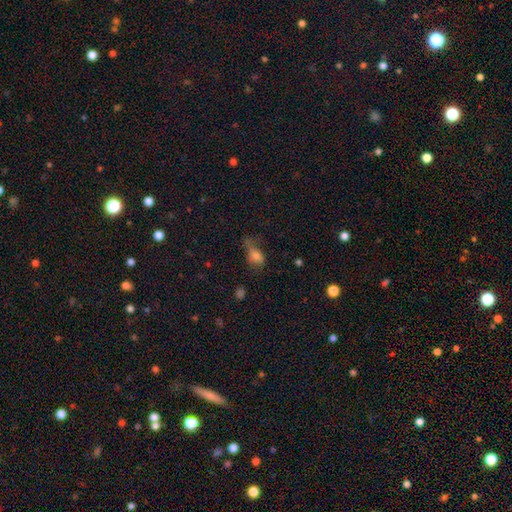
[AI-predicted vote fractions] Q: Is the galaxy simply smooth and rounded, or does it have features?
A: smooth — 70%.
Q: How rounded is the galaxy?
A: in between — 80%.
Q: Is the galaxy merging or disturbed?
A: none — 35%.